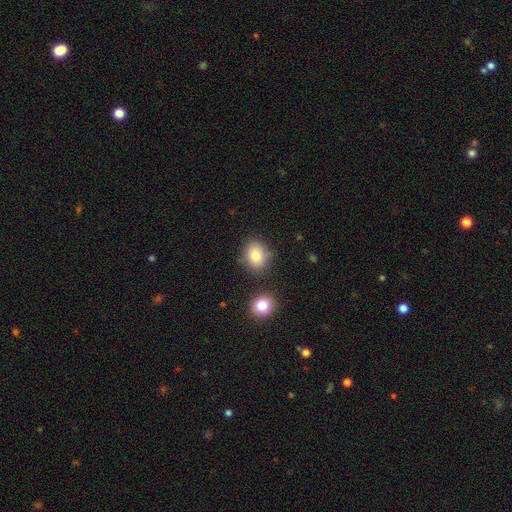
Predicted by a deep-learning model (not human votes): smooth_or_featured: smooth (p=0.81) [alt: star or artifact p=0.10]
how_rounded: round (p=0.58) [alt: in between p=0.41]
merging: none (p=0.74) [alt: minor disturbance p=0.14]